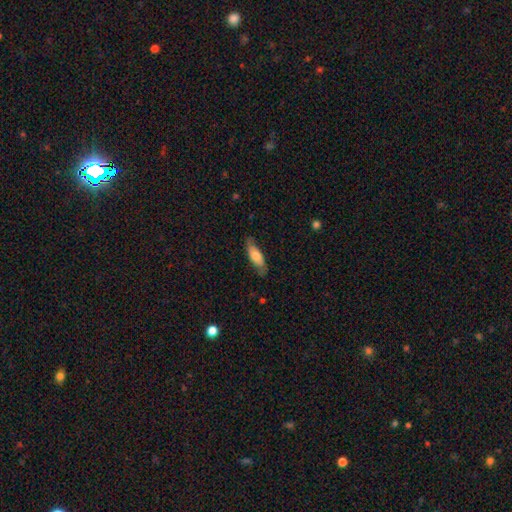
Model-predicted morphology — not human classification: The model was most divided on "how rounded": in between: 61%, cigar-shaped: 37%, round: 2%. More confident: merging — none (75%); smooth or featured — smooth (65%).